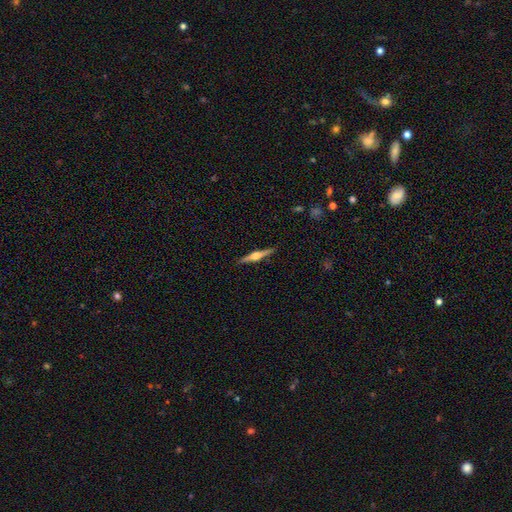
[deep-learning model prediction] A featured or disk galaxy (77%) viewed edge-on (98%) with a rounded central bulge (92%). Merging: none (91%).